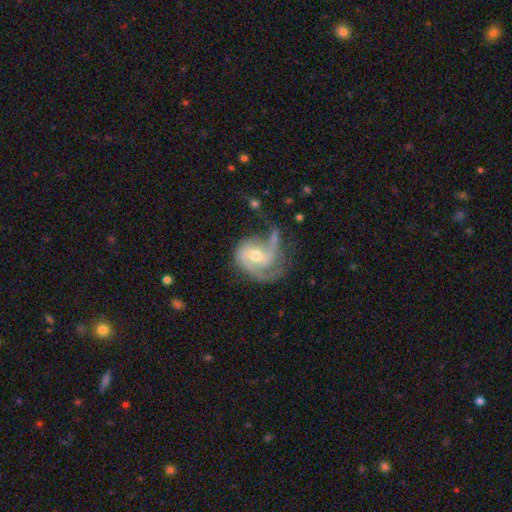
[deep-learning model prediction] Smooth or featured: featured or disk — 84% (smooth — 10%)
Edge-on disk: no — 98% (yes — 2%)
Bar: no — 44% (weak — 42%)
Spiral arms: yes — 95% (no — 5%)
Spiral winding: medium — 46% (tight — 30%)
Spiral arm count: 2 — 49% (3 — 18%)
Bulge size: moderate — 58% (small — 37%)
Merging: none — 42% (major disturbance — 28%)